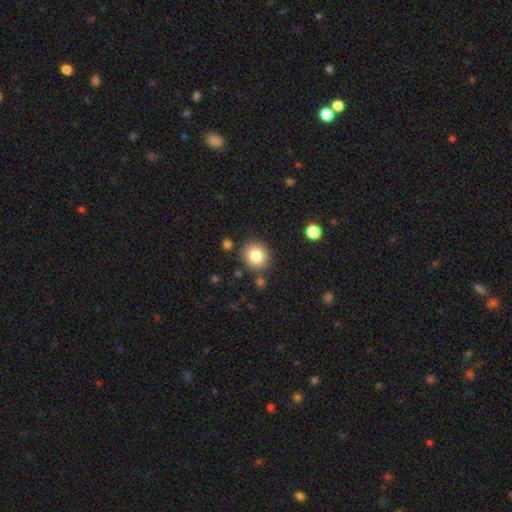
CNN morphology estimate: The model was most divided on "smooth or featured": smooth: 82%, star or artifact: 10%, featured or disk: 8%. More confident: how rounded — round (88%); merging — none (84%).